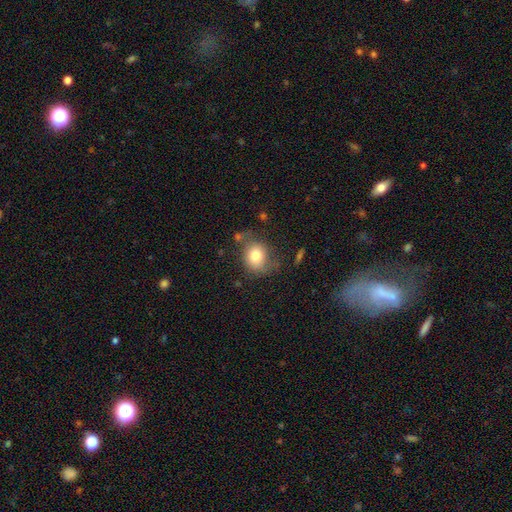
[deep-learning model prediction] This is likely a smooth galaxy (78%). How rounded: likely round (61%). Merging: possibly none (58%).